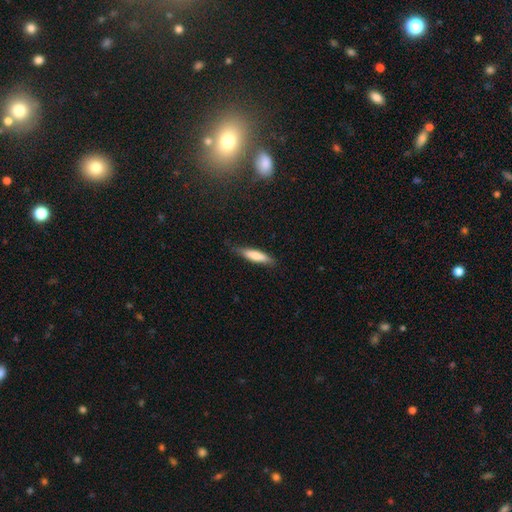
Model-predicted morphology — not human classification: Smooth or featured? Predicted: smooth (p=0.75). How rounded? Predicted: cigar-shaped (p=0.77). Merging? Predicted: none (p=0.77).